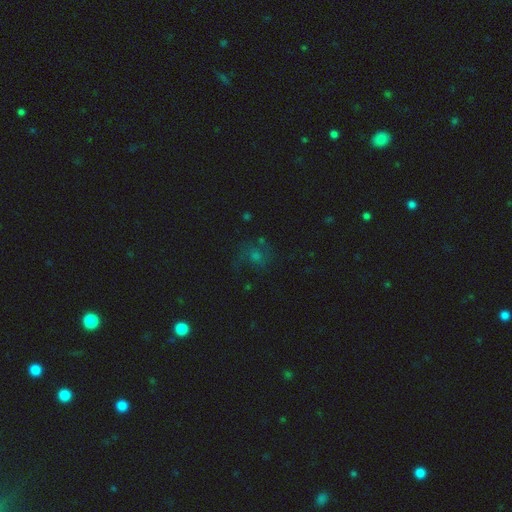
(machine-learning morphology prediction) This is marginally a star or artifact rather than a galaxy (38%).